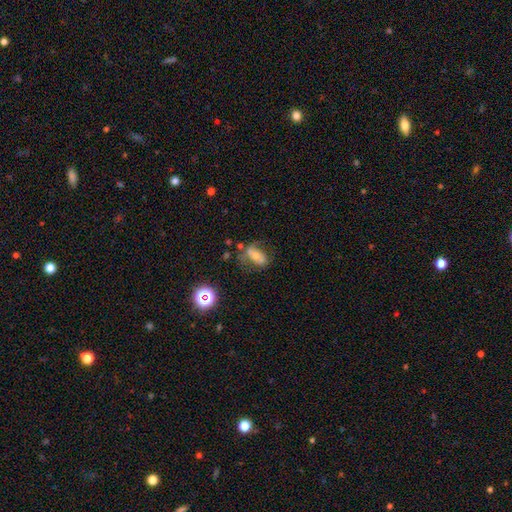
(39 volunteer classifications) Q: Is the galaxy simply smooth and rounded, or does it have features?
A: smooth — 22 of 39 (56%).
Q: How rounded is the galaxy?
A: in between — 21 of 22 (95%).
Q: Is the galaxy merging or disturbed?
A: none — 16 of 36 (44%).